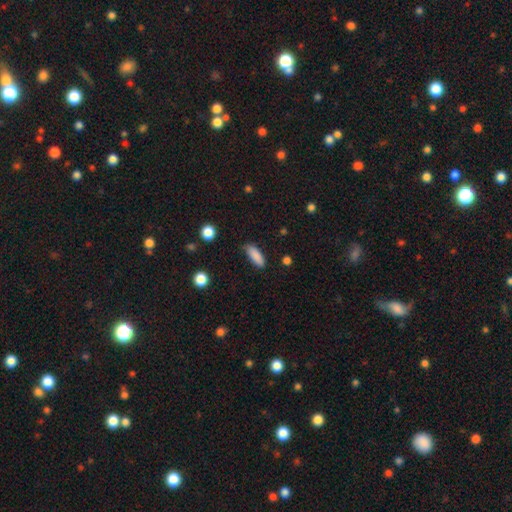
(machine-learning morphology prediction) type=smooth (87%); roundness=in between (65%); merging=none (74%).